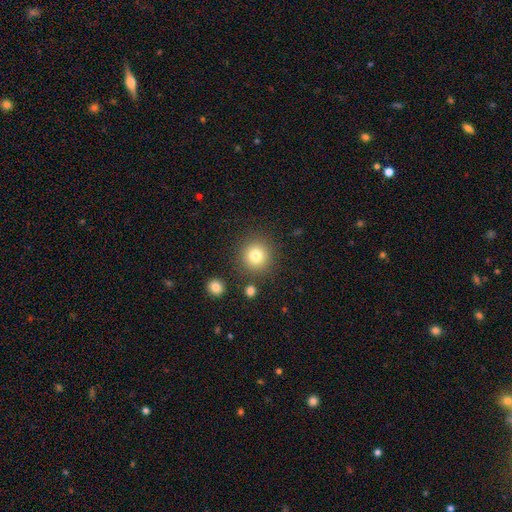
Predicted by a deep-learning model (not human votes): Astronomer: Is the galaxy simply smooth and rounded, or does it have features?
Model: smooth — 81%.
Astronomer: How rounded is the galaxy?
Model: round — 93%.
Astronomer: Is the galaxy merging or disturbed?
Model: none — 86%.